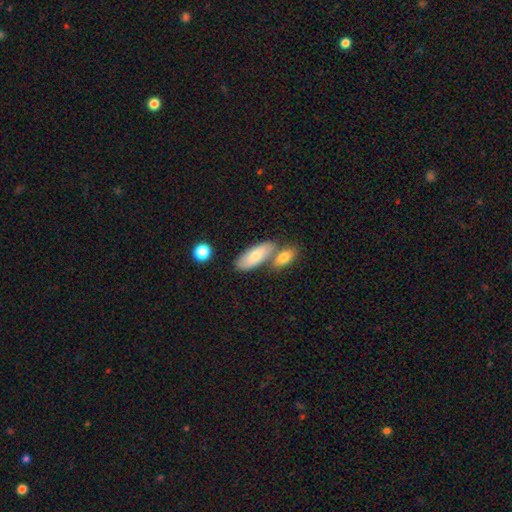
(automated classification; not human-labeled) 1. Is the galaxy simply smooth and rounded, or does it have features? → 75% smooth, 19% featured or disk, 6% star or artifact.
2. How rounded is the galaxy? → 78% in between, 19% cigar-shaped, 2% round.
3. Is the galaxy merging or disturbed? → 49% none, 35% merger, 12% minor disturbance, 4% major disturbance.